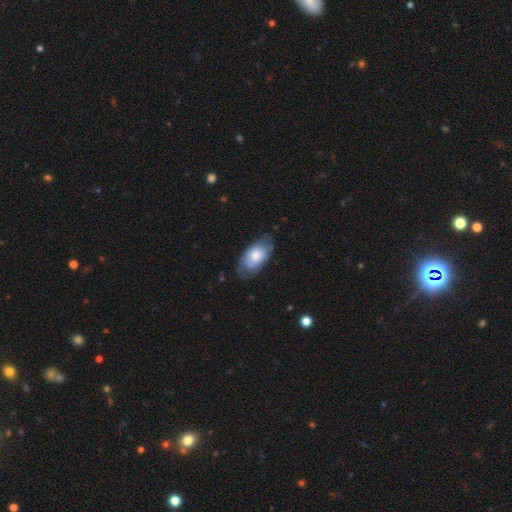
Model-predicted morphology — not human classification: Smooth or featured? smooth (61%)
How rounded? in between (93%)
Merging? none (66%)